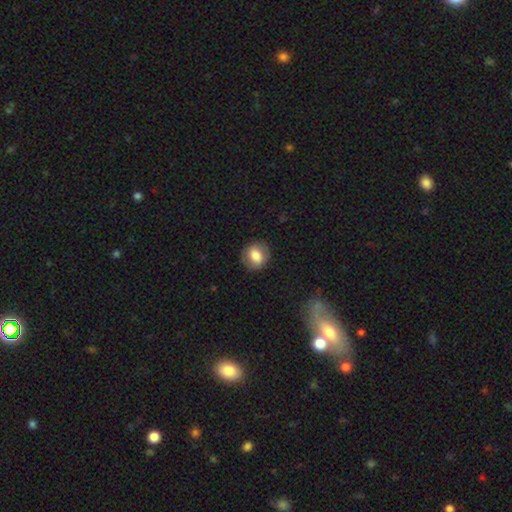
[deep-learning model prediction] Smooth or featured? smooth (75%)
How rounded? round (68%)
Merging? none (85%)